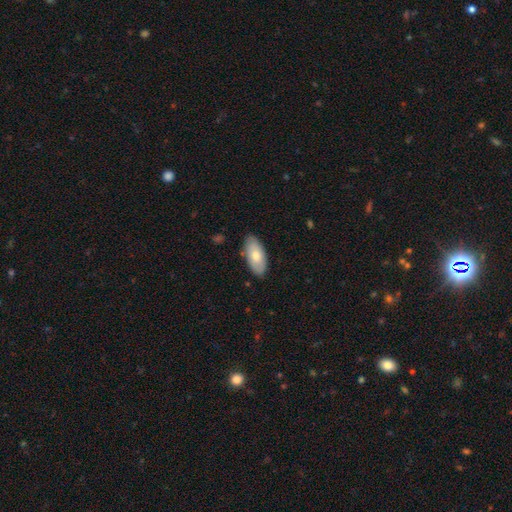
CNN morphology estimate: smooth-or-featured: smooth: 71% | featured or disk: 23% | star or artifact: 6%
  how-rounded: in between: 92% | cigar-shaped: 6% | round: 2%
  merging: none: 85% | minor disturbance: 11% | major disturbance: 2% | merger: 1%